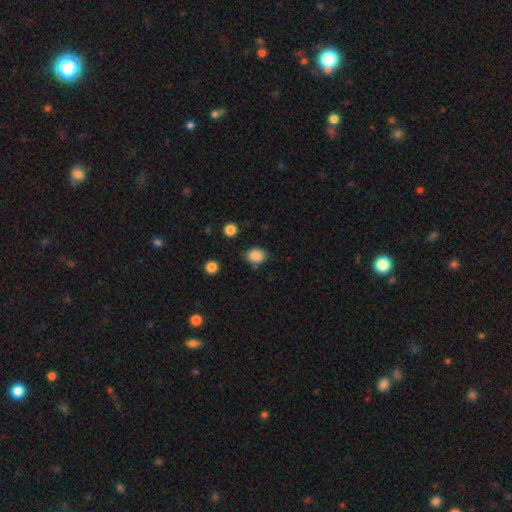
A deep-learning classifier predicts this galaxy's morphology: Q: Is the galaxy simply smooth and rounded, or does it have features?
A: smooth — 86%.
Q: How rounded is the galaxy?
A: in between — 63%.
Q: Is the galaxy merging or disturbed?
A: none — 71%.